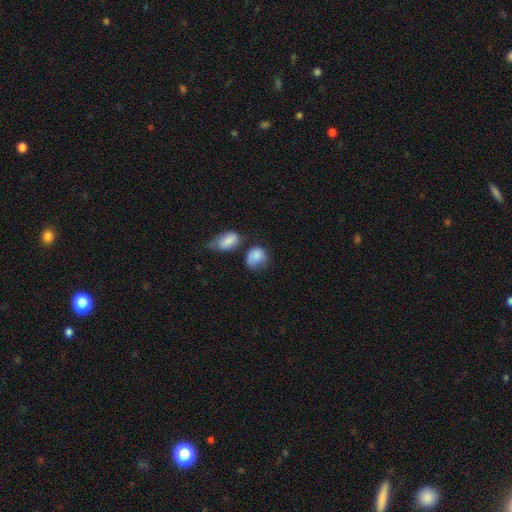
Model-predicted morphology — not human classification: Q: Smooth or featured?
A: smooth (82%); runner-up: featured or disk (10%)
Q: How rounded?
A: in between (52%); runner-up: round (47%)
Q: Merging?
A: none (32%); tied with: minor disturbance (32%)